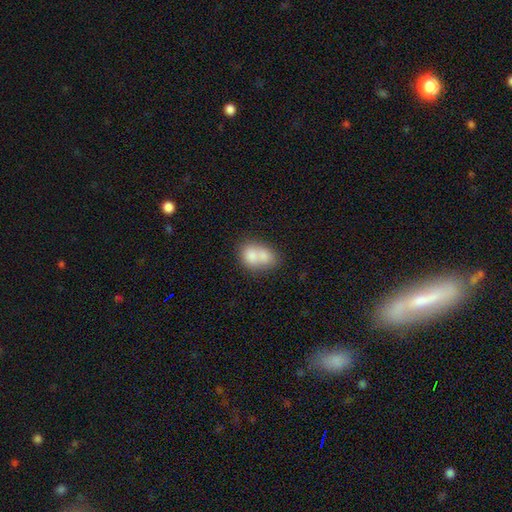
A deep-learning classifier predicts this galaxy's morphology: smooth 74%, featured or disk 18%, star or artifact 8%. Down the decision tree: how rounded — in between (61%); merging — merger (66%).